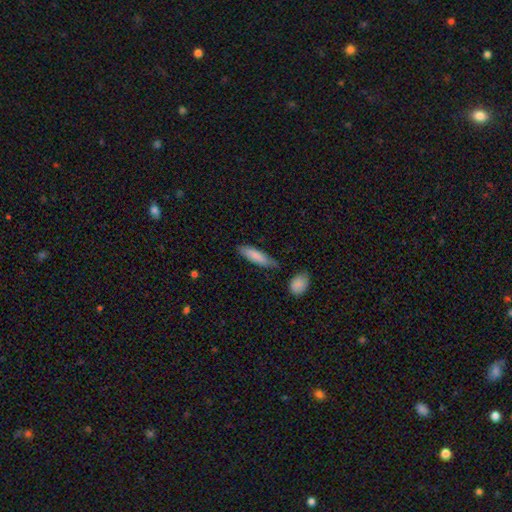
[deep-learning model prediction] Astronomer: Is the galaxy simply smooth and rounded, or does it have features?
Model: smooth — 82%.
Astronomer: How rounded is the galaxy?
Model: cigar-shaped — 64%.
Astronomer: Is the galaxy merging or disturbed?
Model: none — 73%.